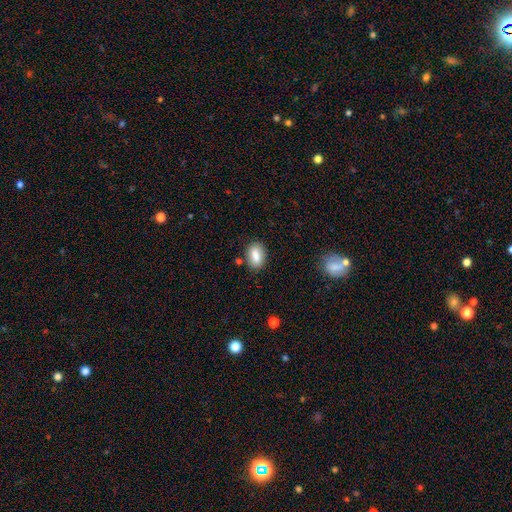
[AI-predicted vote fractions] A smooth galaxy with no disk features (83%) that is in between round and cigar-shaped (86%). Merging: none (81%).